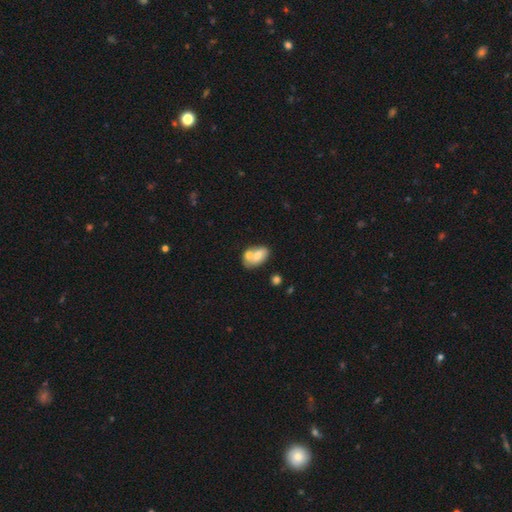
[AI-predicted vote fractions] Overall: smooth (65%; featured or disk 28%). How rounded: in between (87%). Merging: merger (57%; none 26%).